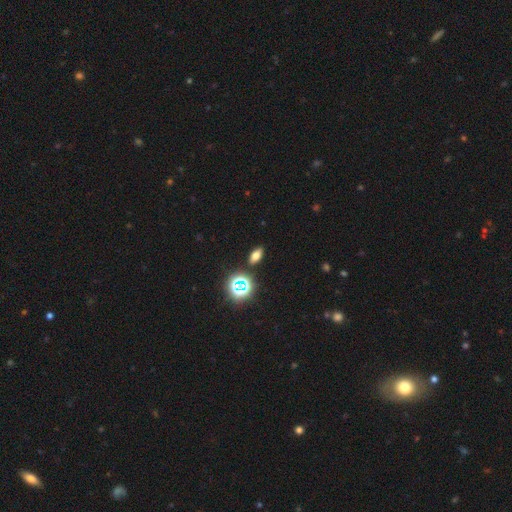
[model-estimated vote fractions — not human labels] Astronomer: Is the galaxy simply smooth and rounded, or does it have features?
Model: smooth — 62%.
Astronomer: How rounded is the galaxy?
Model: in between — 77%.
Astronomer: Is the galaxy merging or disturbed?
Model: none — 89%.